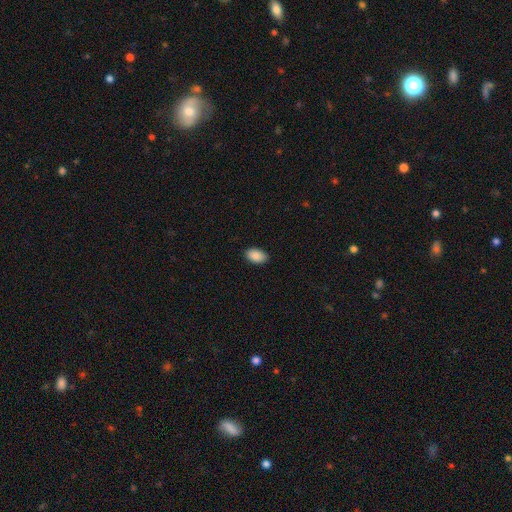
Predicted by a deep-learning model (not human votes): smooth_or_featured: smooth (p=0.90) [alt: star or artifact p=0.07]
how_rounded: in between (p=0.93) [alt: round p=0.06]
merging: none (p=0.87) [alt: minor disturbance p=0.10]